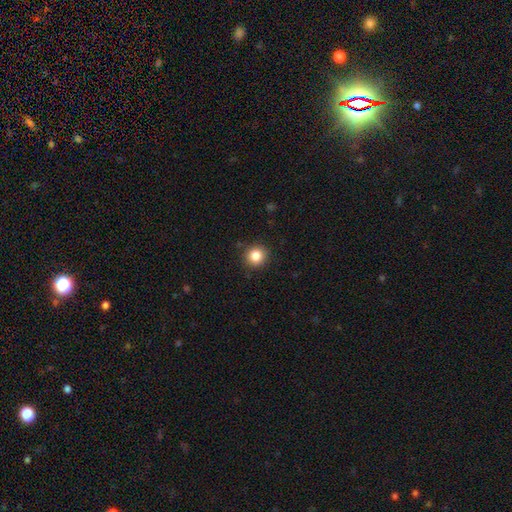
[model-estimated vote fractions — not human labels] A smooth galaxy with no disk features (84%) that is round (93%). Merging: none (91%).